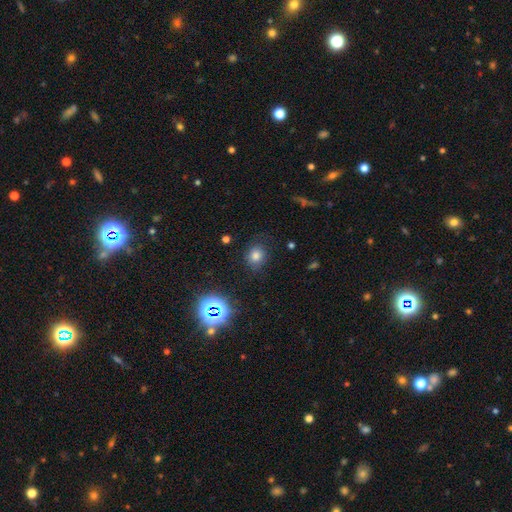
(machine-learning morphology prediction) A smooth galaxy with no disk features (74%) that is round (71%).

Vote fractions:
- Smooth or featured? smooth: 74% / star or artifact: 19% / featured or disk: 7%
- How rounded? round: 71% / in between: 28% / cigar-shaped: 1%
- Merging? none: 80% / minor disturbance: 14% / major disturbance: 5% / merger: 2%